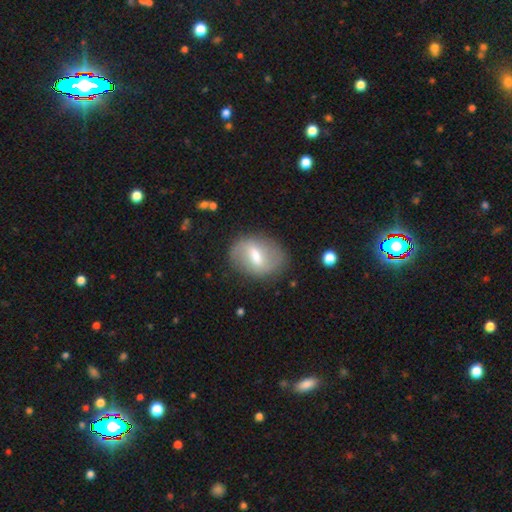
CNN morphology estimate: Overall: featured or disk (48%; smooth 44%). Merging: none (77%).